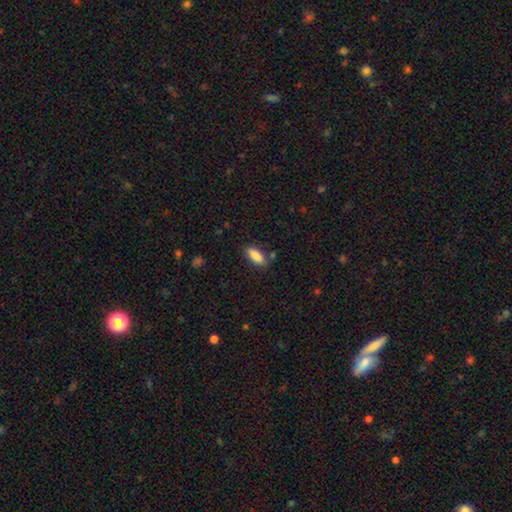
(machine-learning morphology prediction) smooth_or_featured: smooth (p=0.87) [alt: star or artifact p=0.07]
how_rounded: in between (p=0.79) [alt: cigar-shaped p=0.19]
merging: none (p=0.78) [alt: minor disturbance p=0.15]